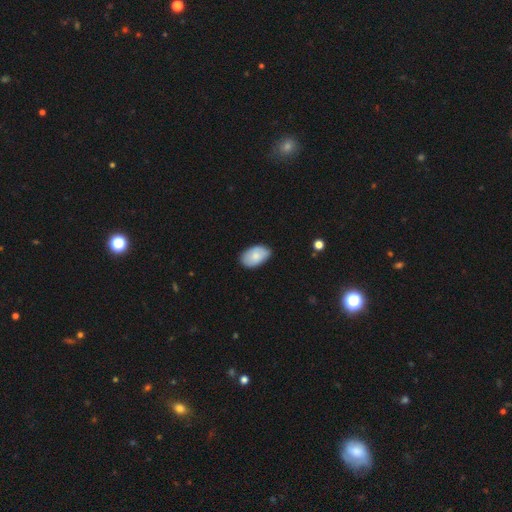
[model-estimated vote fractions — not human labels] Q: Smooth or featured?
A: smooth (79%); runner-up: featured or disk (15%)
Q: How rounded?
A: in between (93%); runner-up: round (6%)
Q: Merging?
A: none (77%); runner-up: minor disturbance (19%)